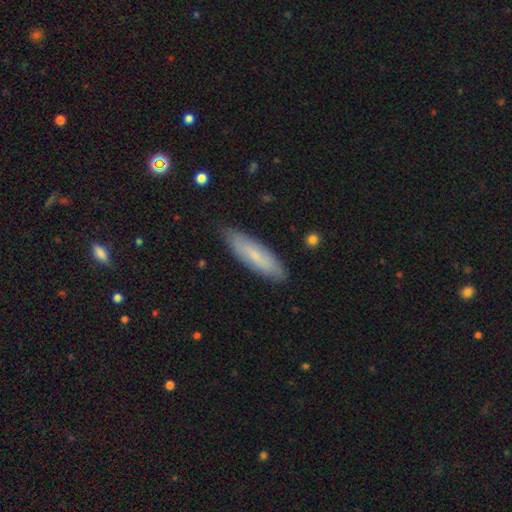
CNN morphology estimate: This appears to be a smooth galaxy with no disk features (67%) that is cigar-shaped (64%). Merging: none (85%).